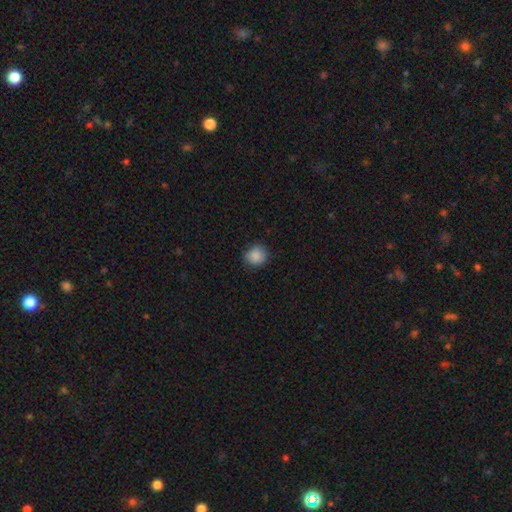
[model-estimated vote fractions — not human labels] Morphology: type=smooth (87%); roundness=round (82%); merging=none (82%).